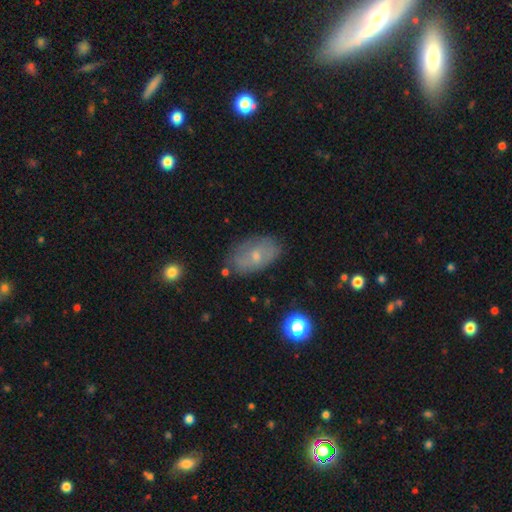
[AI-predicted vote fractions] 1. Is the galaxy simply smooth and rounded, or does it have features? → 49% smooth, 41% featured or disk, 10% star or artifact.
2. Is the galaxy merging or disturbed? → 74% none, 19% minor disturbance, 5% major disturbance, 3% merger.